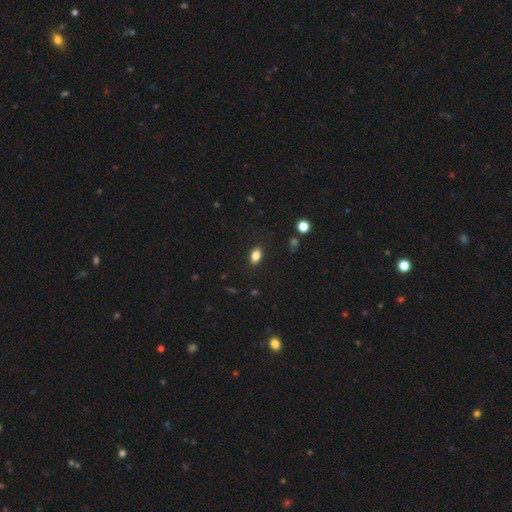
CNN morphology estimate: smooth-or-featured: smooth: 83% | star or artifact: 10% | featured or disk: 7%
  how-rounded: in between: 85% | round: 12% | cigar-shaped: 3%
  merging: none: 87% | minor disturbance: 10% | major disturbance: 2% | merger: 1%